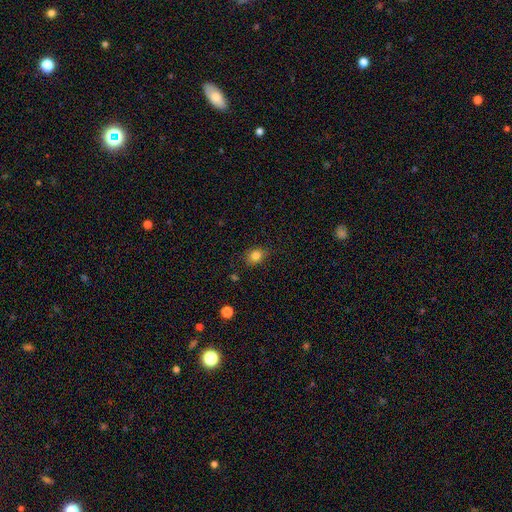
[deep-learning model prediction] The model was most divided on "how rounded": in between: 60%, round: 38%, cigar-shaped: 1%. More confident: smooth or featured — smooth (82%); merging — none (77%).